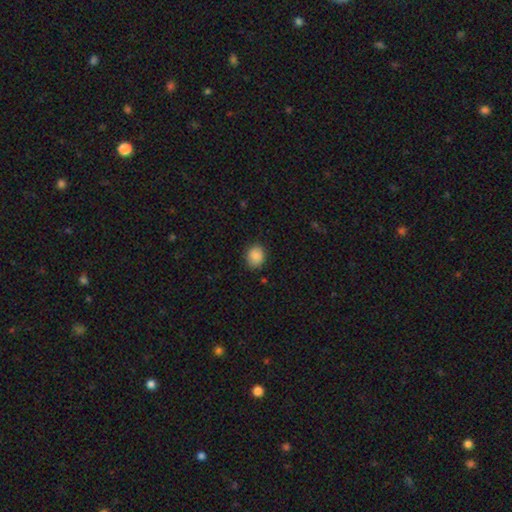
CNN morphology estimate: Smooth or featured?
  - smooth: 88% *
  - star or artifact: 8%
  - featured or disk: 4%
How rounded?
  - round: 60% *
  - in between: 39%
  - cigar-shaped: 1%
Merging?
  - none: 83% *
  - minor disturbance: 13%
  - major disturbance: 3%
  - merger: 1%